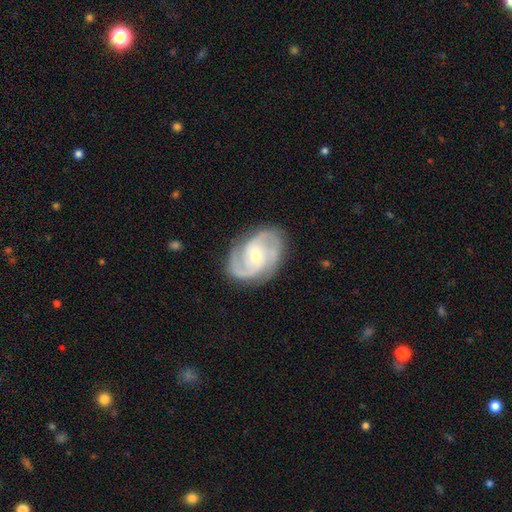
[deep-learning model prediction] Overall: featured or disk (89%). Edge-on disk: no (97%). Bar: no (50%; weak 39%). Spiral arms: yes (97%). Spiral arm count: 2 (61%; 3 24%). Spiral winding: medium (52%; tight 37%). Bulge size: moderate (49%; small 48%). Merging: none (80%).